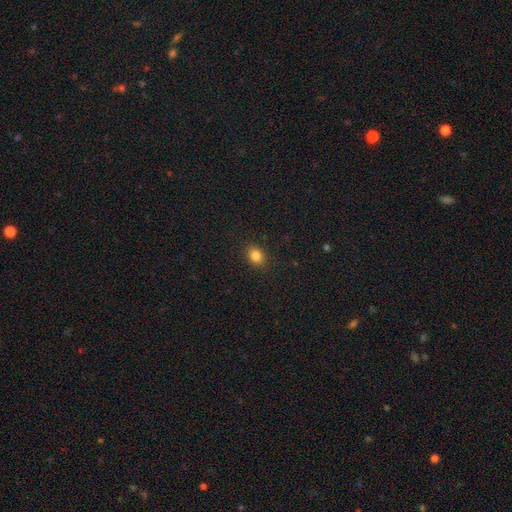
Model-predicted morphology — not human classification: smooth_or_featured: smooth (p=0.84) [alt: star or artifact p=0.11]
how_rounded: in between (p=0.61) [alt: round p=0.38]
merging: none (p=0.89) [alt: minor disturbance p=0.08]